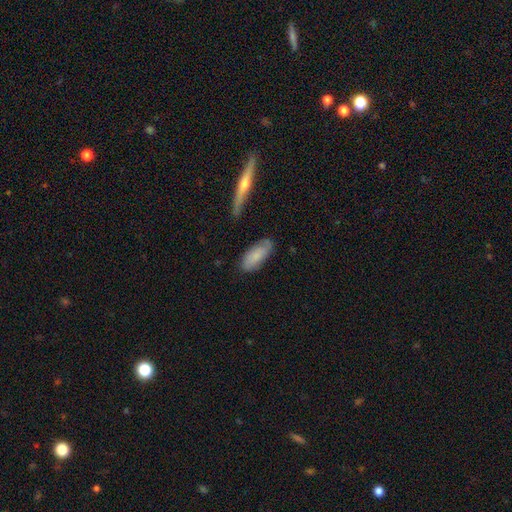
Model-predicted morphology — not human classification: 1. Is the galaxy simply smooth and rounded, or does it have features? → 70% smooth, 23% featured or disk, 7% star or artifact.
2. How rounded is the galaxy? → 83% in between, 15% cigar-shaped, 2% round.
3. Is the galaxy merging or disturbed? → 72% none, 21% minor disturbance, 4% major disturbance, 3% merger.